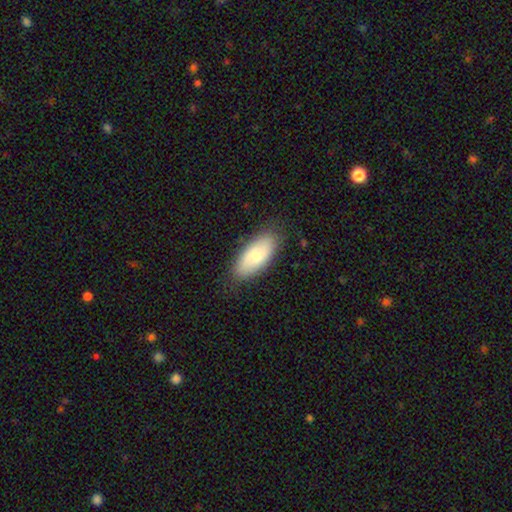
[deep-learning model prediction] Overall: smooth (72%). How rounded: in between (88%). Merging: none (83%).